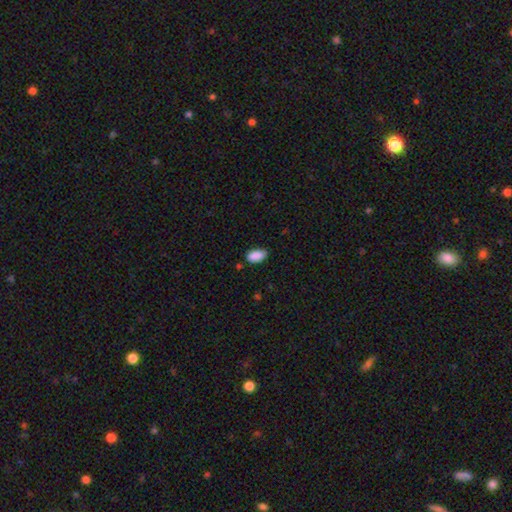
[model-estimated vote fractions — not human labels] smooth_or_featured: smooth (p=0.89) [alt: star or artifact p=0.07]
how_rounded: in between (p=0.93) [alt: round p=0.04]
merging: none (p=0.78) [alt: minor disturbance p=0.17]